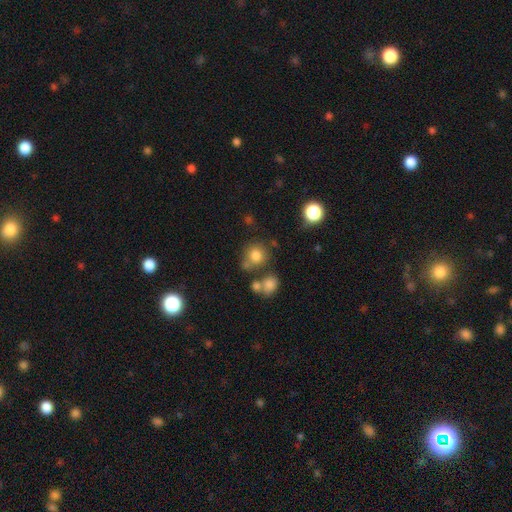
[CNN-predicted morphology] A smooth galaxy with no disk features (78%) that is round (84%).

Vote fractions:
- Smooth or featured? smooth: 78% / star or artifact: 13% / featured or disk: 9%
- How rounded? round: 84% / in between: 15% / cigar-shaped: 1%
- Merging? none: 63% / merger: 17% / minor disturbance: 13% / major disturbance: 6%